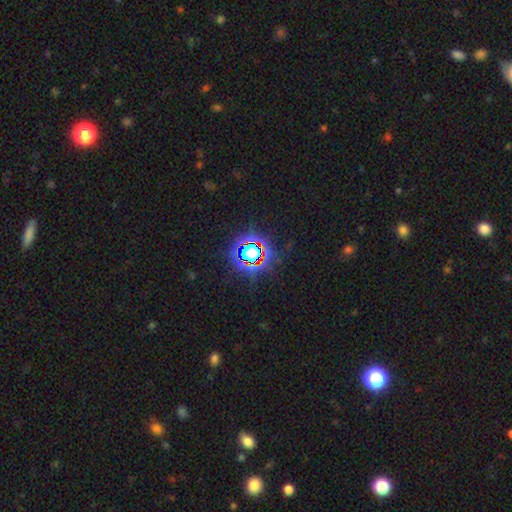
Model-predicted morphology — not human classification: This appears to be a star or artifact, not a galaxy (78%).